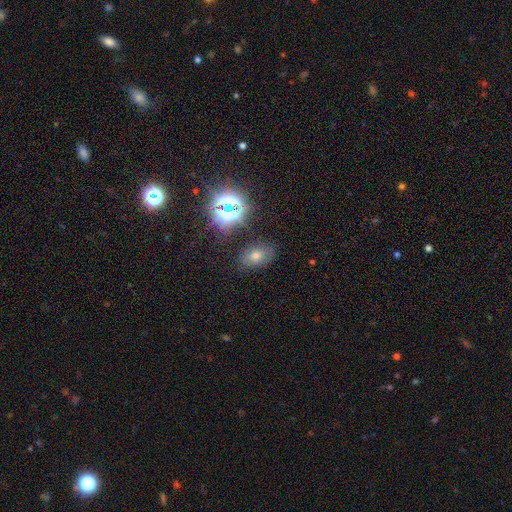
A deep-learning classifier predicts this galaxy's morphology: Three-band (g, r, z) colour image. It shows a smooth galaxy with no disk features (50%) that is in between round and cigar-shaped (81%). Merging: none (81%).